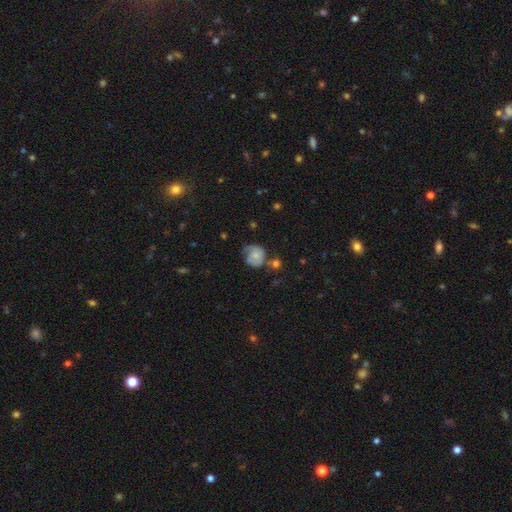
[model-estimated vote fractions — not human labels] Smooth or featured?
  - smooth: 56% *
  - featured or disk: 36%
  - star or artifact: 9%
How rounded?
  - round: 71% *
  - in between: 28%
  - cigar-shaped: 1%
Merging?
  - none: 42% *
  - minor disturbance: 32%
  - major disturbance: 17%
  - merger: 10%